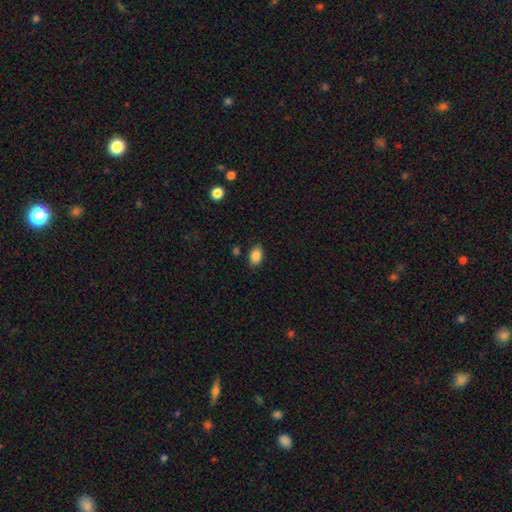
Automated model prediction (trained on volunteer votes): This is clearly a smooth galaxy (86%). How rounded: clearly in between (87%). Merging: clearly none (82%).